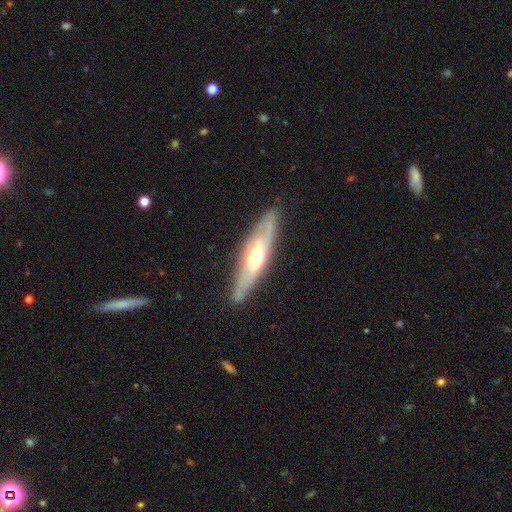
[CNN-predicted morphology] featured or disk 65%, smooth 29%, star or artifact 5%. Down the decision tree: edge-on disk — yes (57%); merging — none (83%).